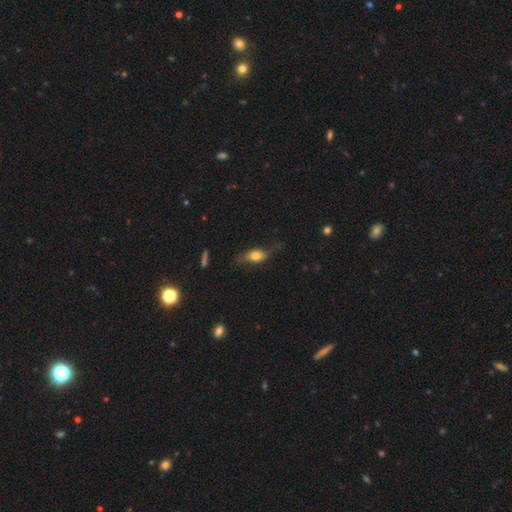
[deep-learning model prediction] This appears to be a smooth galaxy with no disk features (54%) that is in between round and cigar-shaped (71%). Merging: none (57%).